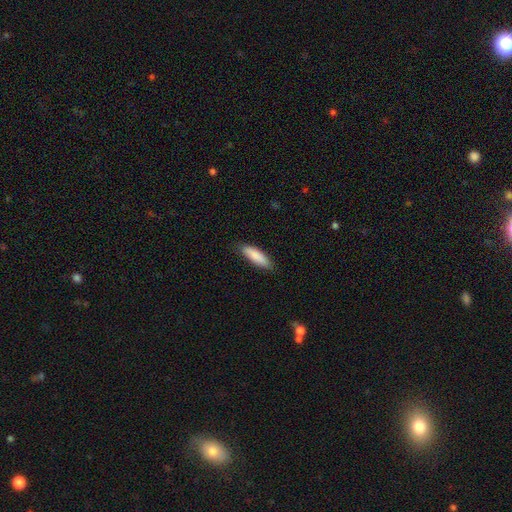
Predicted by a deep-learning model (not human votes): Morphology: type=smooth (85%); roundness=cigar-shaped (60%); merging=none (85%).